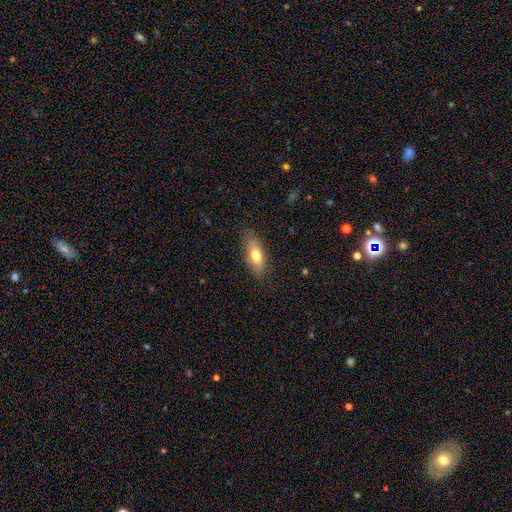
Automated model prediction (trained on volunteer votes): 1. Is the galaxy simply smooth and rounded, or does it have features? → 72% smooth, 21% featured or disk, 7% star or artifact.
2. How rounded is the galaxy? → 69% in between, 27% cigar-shaped, 3% round.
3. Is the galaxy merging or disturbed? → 82% none, 13% minor disturbance, 3% major disturbance, 1% merger.